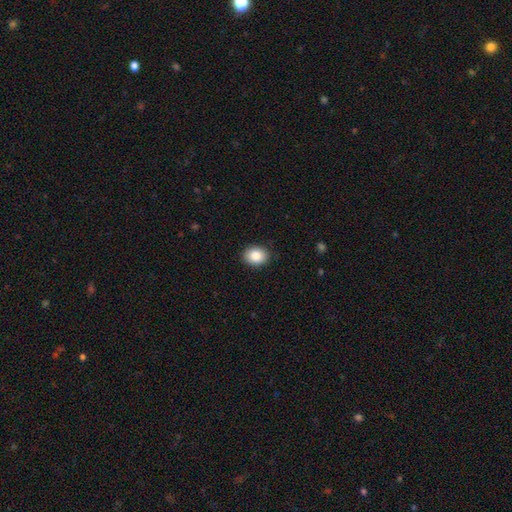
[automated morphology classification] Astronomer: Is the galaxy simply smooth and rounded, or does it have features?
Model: smooth — 87%.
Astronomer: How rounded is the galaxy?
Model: in between — 55% (runner-up: round, 44%).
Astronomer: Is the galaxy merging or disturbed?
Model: none — 90%.